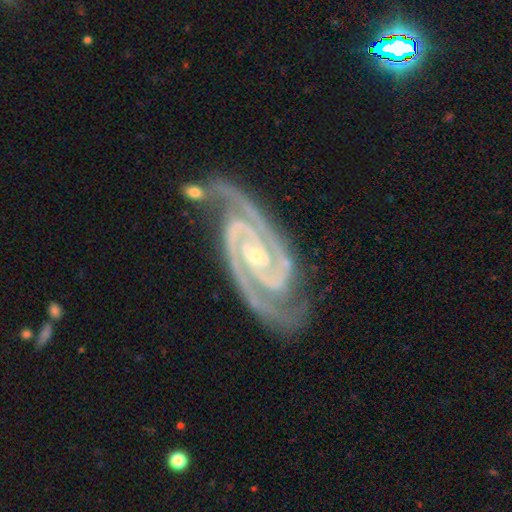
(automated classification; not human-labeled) A featured or disk galaxy (94%) with no bar (42%), 2 (89%) tight (70%) spiral arms (99%) and a small central bulge (66%).

Vote fractions:
- Smooth or featured? featured or disk: 94% / star or artifact: 4% / smooth: 2%
- Edge-on disk? no: 97% / yes: 3%
- Bar? no: 42% / weak: 33% / strong: 25%
- Spiral arms? yes: 99% / no: 1%
- Spiral winding? tight: 70% / medium: 27% / loose: 3%
- Spiral arm count? 2: 89% / 3: 6% / can't tell: 2% / 4: 1% / 1: 1% / more than 4: 1%
- Bulge size? small: 66% / moderate: 30% / none: 2% / large: 1% / dominant: 1%
- Merging? none: 73% / minor disturbance: 18% / major disturbance: 5% / merger: 4%